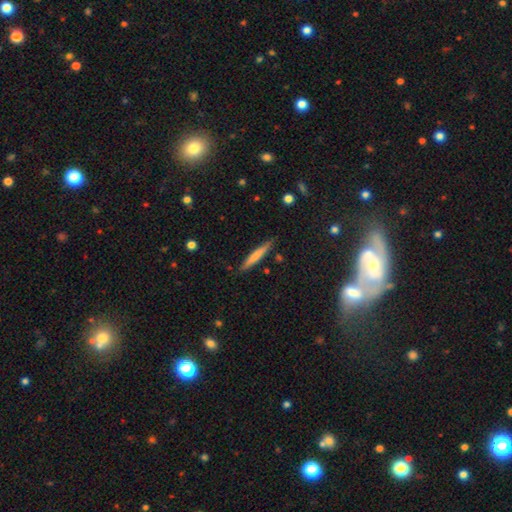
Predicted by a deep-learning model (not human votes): The model was most divided on "smooth or featured": smooth: 68%, featured or disk: 26%, star or artifact: 6%. More confident: how rounded — cigar-shaped (94%); merging — none (86%).